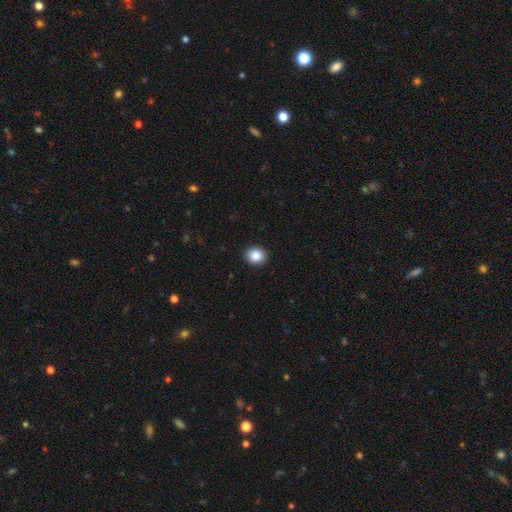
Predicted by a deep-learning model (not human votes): smooth 85%, star or artifact 9%, featured or disk 5%. Down the decision tree: how rounded — round (74%); merging — none (92%).